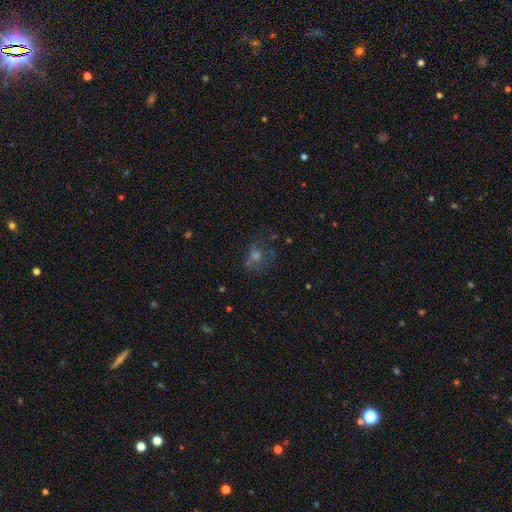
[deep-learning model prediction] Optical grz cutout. It shows a smooth galaxy with no disk features (42%). Merging: none (59%).